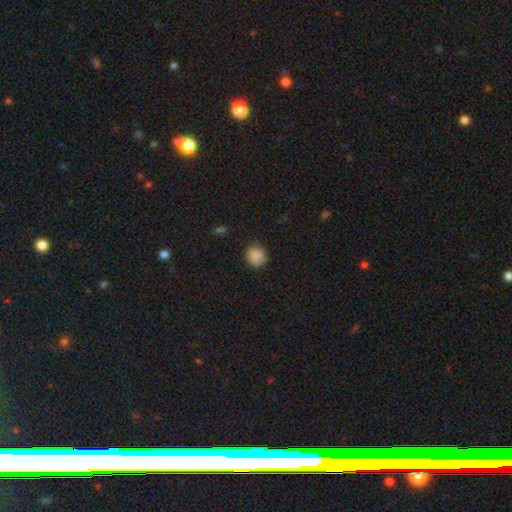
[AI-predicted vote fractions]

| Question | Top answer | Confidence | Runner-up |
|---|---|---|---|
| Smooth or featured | smooth | 87% | star or artifact (9%) |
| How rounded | round | 83% | in between (16%) |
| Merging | none | 82% | minor disturbance (13%) |